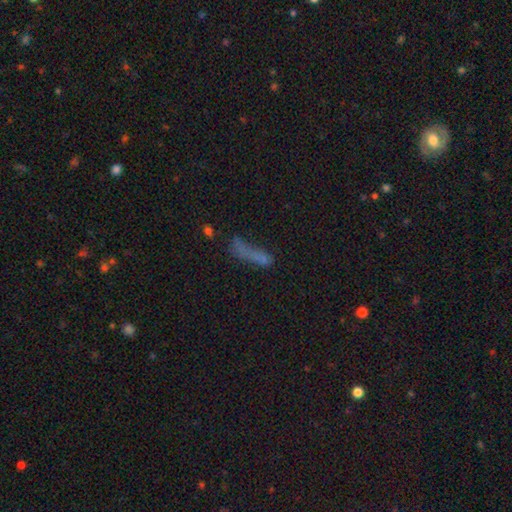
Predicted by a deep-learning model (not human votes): Overall: smooth (58%; featured or disk 23%). How rounded: cigar-shaped (68%). Merging: none (37%; major disturbance 27%).